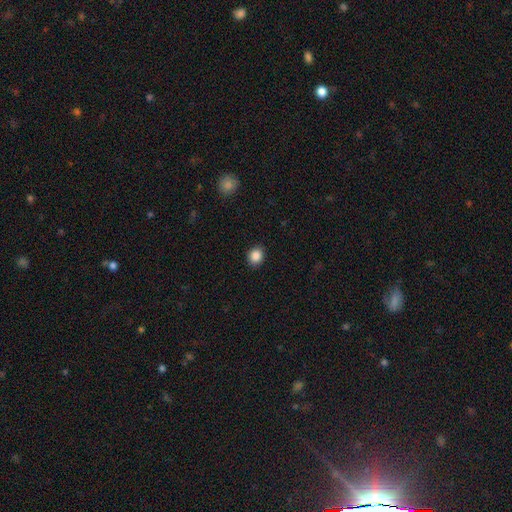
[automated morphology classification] smooth_or_featured: smooth (p=0.87) [alt: star or artifact p=0.09]
how_rounded: round (p=0.74) [alt: in between p=0.25]
merging: none (p=0.90) [alt: minor disturbance p=0.07]